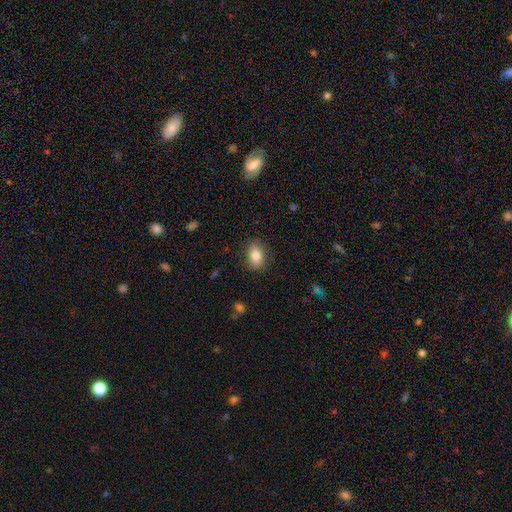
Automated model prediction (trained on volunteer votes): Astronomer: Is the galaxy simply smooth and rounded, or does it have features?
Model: smooth — 81%.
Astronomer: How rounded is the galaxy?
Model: in between — 83%.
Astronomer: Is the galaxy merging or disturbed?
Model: none — 86%.